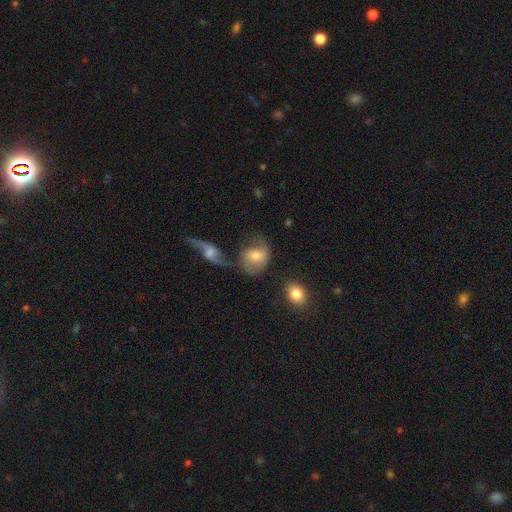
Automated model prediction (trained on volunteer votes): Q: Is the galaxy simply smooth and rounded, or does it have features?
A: featured or disk — 49%.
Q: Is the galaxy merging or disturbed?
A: none — 41%.